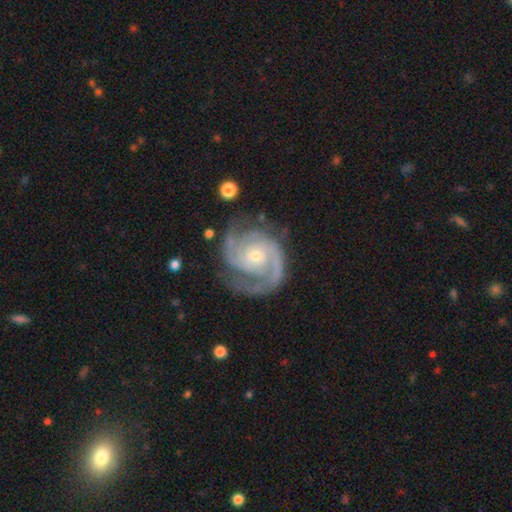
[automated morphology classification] A featured or disk galaxy (92%) with no bar (69%), 2 (73%) tight (49%) spiral arms (98%) and a small central bulge (64%).

Vote fractions:
- Smooth or featured? featured or disk: 92% / star or artifact: 4% / smooth: 4%
- Edge-on disk? no: 98% / yes: 2%
- Bar? no: 69% / weak: 24% / strong: 7%
- Spiral arms? yes: 98% / no: 2%
- Spiral winding? tight: 49% / medium: 43% / loose: 7%
- Spiral arm count? 2: 73% / 3: 13% / can't tell: 5% / 1: 3% / 4: 3% / more than 4: 3%
- Bulge size? small: 64% / moderate: 32% / large: 2% / none: 1% / dominant: 1%
- Merging? none: 74% / minor disturbance: 17% / major disturbance: 8% / merger: 2%